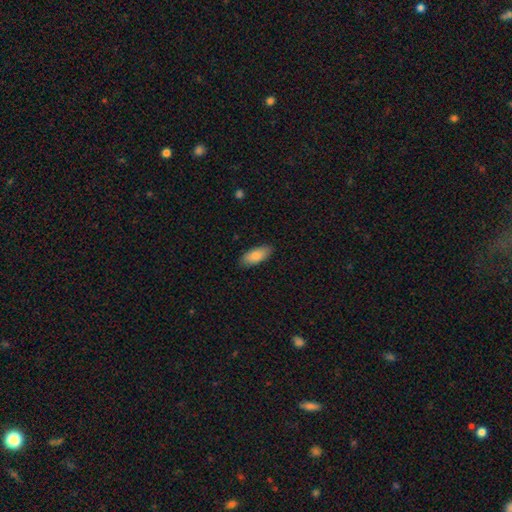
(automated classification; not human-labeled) smooth 83%, featured or disk 11%, star or artifact 6%. Down the decision tree: how rounded — in between (83%); merging — none (87%).